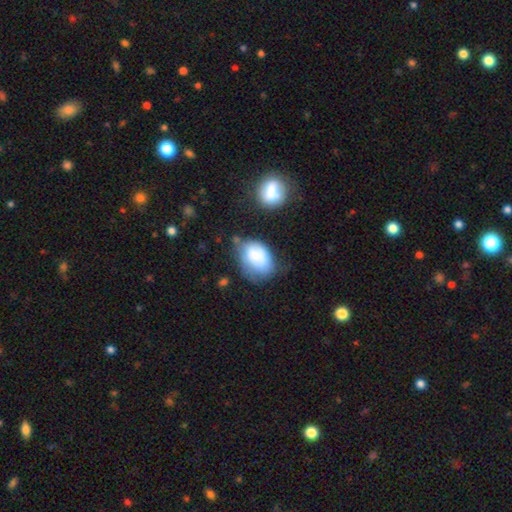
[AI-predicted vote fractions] smooth_or_featured: smooth (p=0.70) [alt: featured or disk p=0.22]
how_rounded: in between (p=0.79) [alt: round p=0.20]
merging: none (p=0.37) [alt: minor disturbance p=0.35]